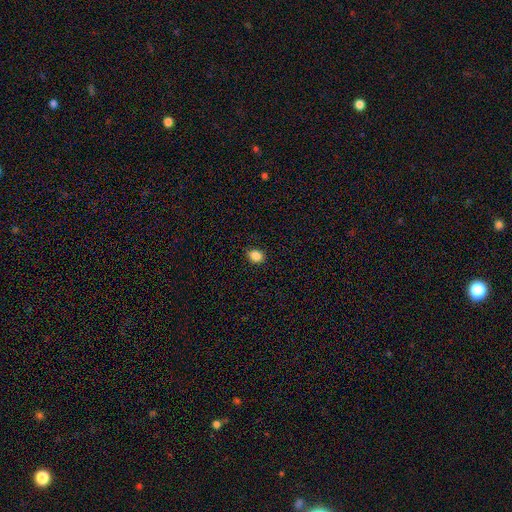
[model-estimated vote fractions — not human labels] Smooth or featured?
  - smooth: 86% *
  - star or artifact: 10%
  - featured or disk: 4%
How rounded?
  - round: 58% *
  - in between: 41%
  - cigar-shaped: 1%
Merging?
  - none: 86% *
  - minor disturbance: 11%
  - major disturbance: 2%
  - merger: 1%